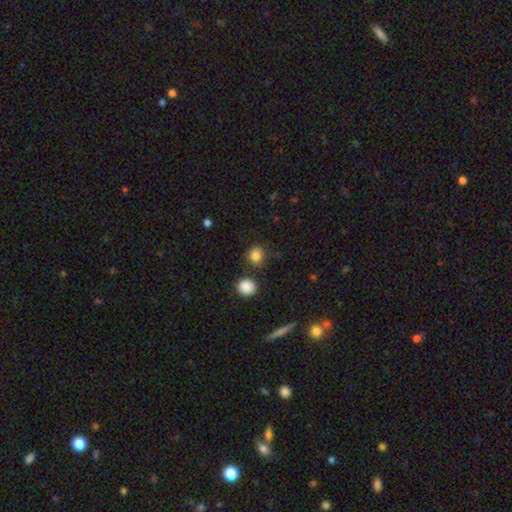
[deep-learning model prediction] smooth 85%, star or artifact 11%, featured or disk 4%. Down the decision tree: how rounded — round (84%); merging — none (80%).